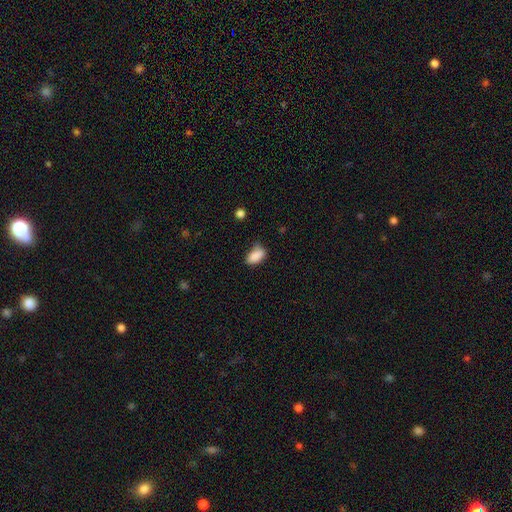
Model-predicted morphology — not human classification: Smooth or featured? Predicted: smooth (p=0.87). How rounded? Predicted: in between (p=0.91). Merging? Predicted: none (p=0.58).